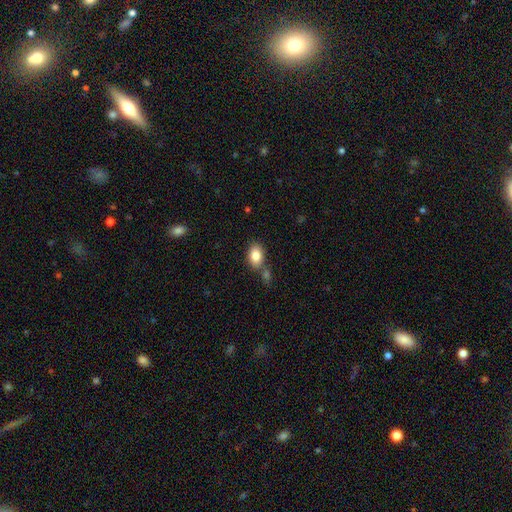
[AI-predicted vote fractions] This is clearly a smooth galaxy (84%). How rounded: likely in between (79%). Merging: likely none (63%).